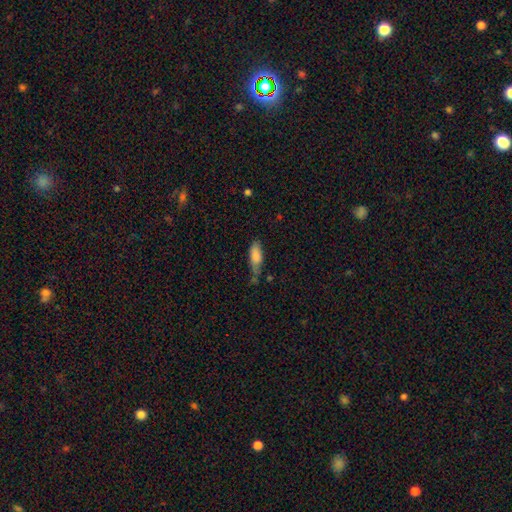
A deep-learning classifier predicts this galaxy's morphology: Smooth or featured? Predicted: smooth (p=0.82). How rounded? Predicted: in between (p=0.67). Merging? Predicted: none (p=0.43).